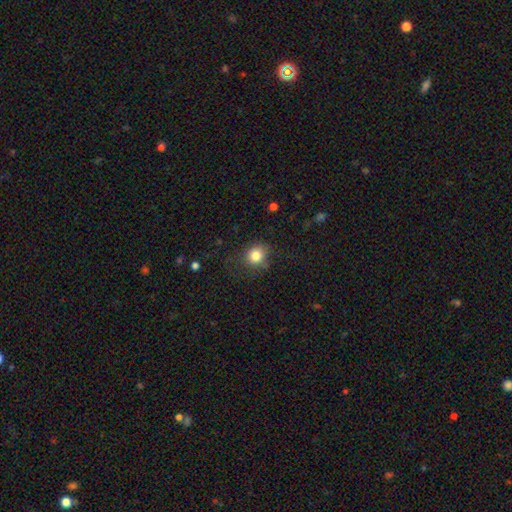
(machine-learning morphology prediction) The model was most divided on "merging": none: 76%, minor disturbance: 16%, major disturbance: 6%, merger: 1%. More confident: smooth or featured — smooth (83%); how rounded — round (80%).